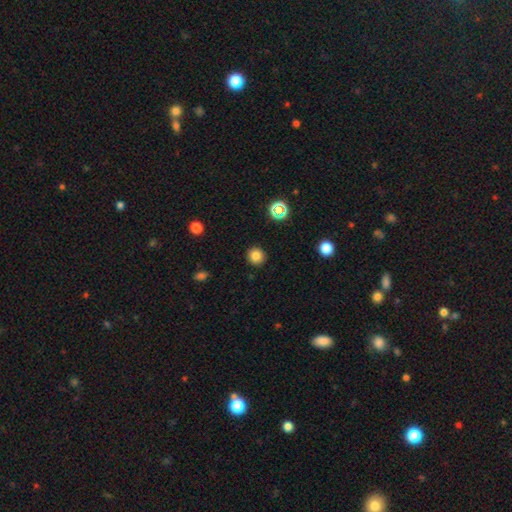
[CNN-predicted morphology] Smooth or featured?
  - smooth: 81% *
  - star or artifact: 13%
  - featured or disk: 6%
How rounded?
  - round: 93% *
  - in between: 6%
  - cigar-shaped: 1%
Merging?
  - none: 91% *
  - minor disturbance: 6%
  - major disturbance: 2%
  - merger: 1%